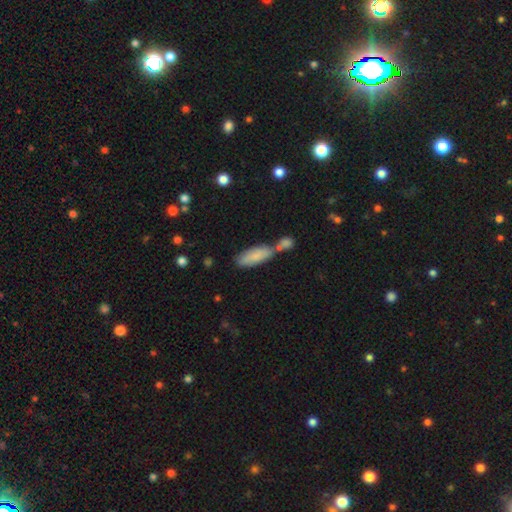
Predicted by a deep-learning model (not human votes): smooth-or-featured: smooth: 80% | featured or disk: 14% | star or artifact: 7%
  how-rounded: in between: 65% | cigar-shaped: 33% | round: 2%
  merging: none: 47% | merger: 32% | minor disturbance: 16% | major disturbance: 5%